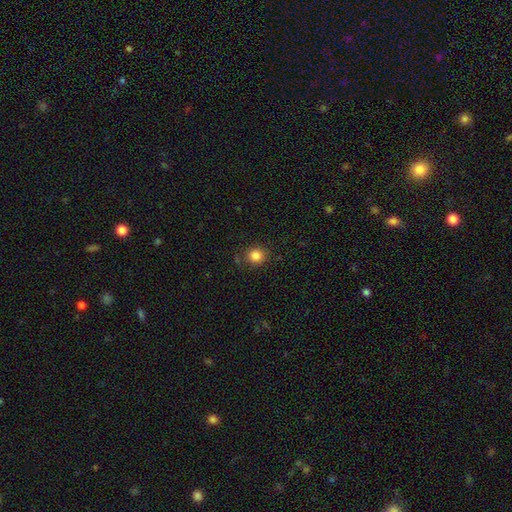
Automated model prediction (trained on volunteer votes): Overall: smooth (84%). How rounded: round (88%). Merging: none (85%).